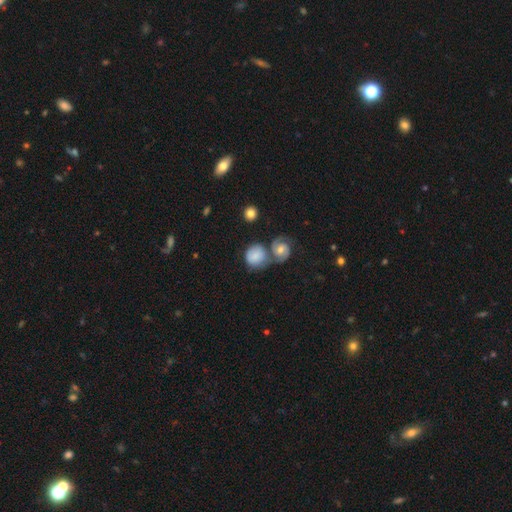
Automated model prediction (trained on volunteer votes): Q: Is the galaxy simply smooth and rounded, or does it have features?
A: smooth — 58%.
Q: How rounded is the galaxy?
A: round — 78%.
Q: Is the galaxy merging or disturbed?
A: merger — 41%.